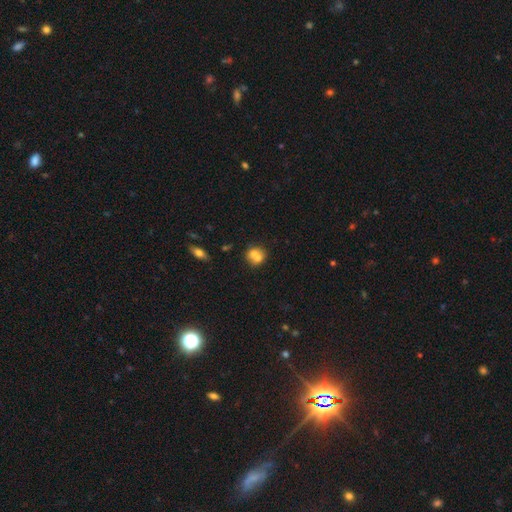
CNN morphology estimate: Overall: smooth (67%). How rounded: round (73%). Merging: merger (58%; none 32%).